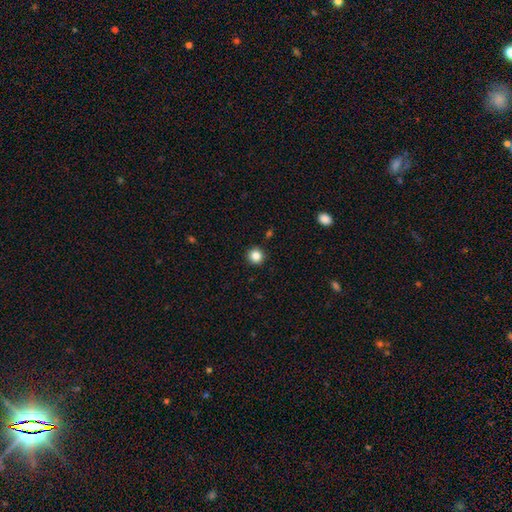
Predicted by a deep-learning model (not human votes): Q: Smooth or featured?
A: smooth (85%); runner-up: star or artifact (11%)
Q: How rounded?
A: round (94%); runner-up: in between (5%)
Q: Merging?
A: none (92%); runner-up: minor disturbance (5%)